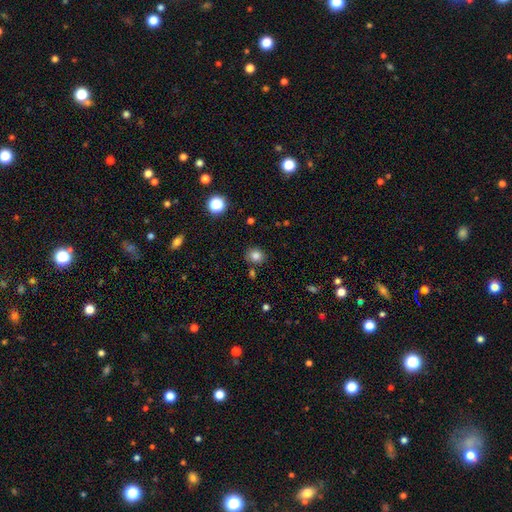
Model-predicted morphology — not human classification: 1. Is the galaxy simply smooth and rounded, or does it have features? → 81% smooth, 12% star or artifact, 6% featured or disk.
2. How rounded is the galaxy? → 71% round, 28% in between, 1% cigar-shaped.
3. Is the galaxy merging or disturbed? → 79% none, 12% minor disturbance, 6% merger, 3% major disturbance.